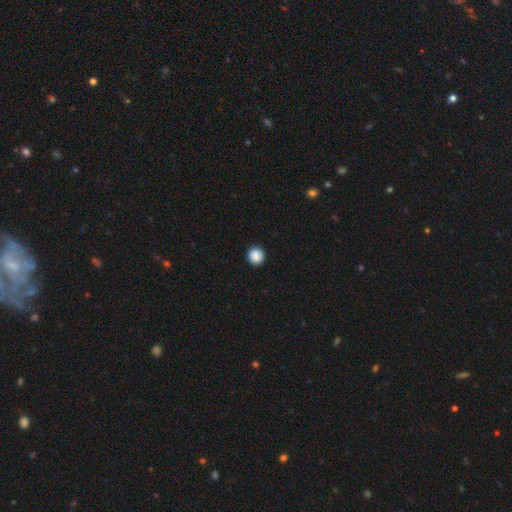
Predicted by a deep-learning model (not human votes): Smooth or featured?
  - smooth: 87% *
  - star or artifact: 9%
  - featured or disk: 4%
How rounded?
  - round: 91% *
  - in between: 8%
  - cigar-shaped: 1%
Merging?
  - none: 90% *
  - minor disturbance: 7%
  - major disturbance: 2%
  - merger: 1%